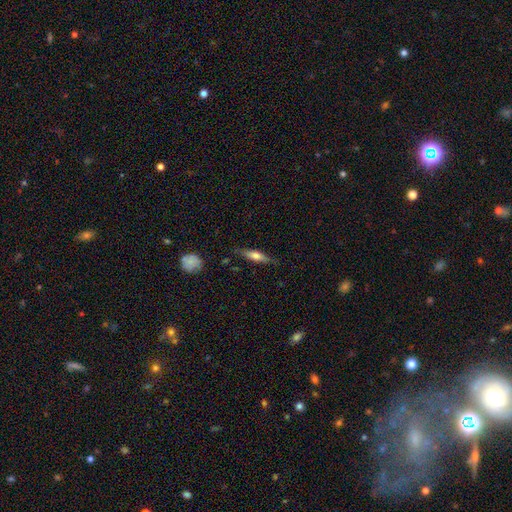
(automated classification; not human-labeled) Smooth or featured?
  - smooth: 51% *
  - featured or disk: 42%
  - star or artifact: 6%
How rounded?
  - cigar-shaped: 73% *
  - in between: 25%
  - round: 2%
Merging?
  - none: 79% *
  - minor disturbance: 15%
  - major disturbance: 4%
  - merger: 2%